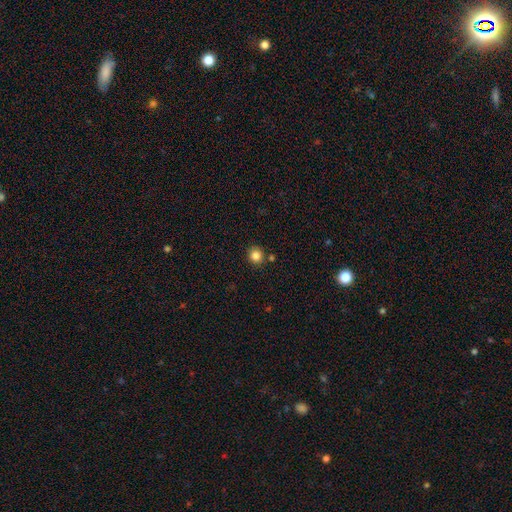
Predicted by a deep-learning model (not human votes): smooth-or-featured: smooth: 85% | star or artifact: 11% | featured or disk: 4%
  how-rounded: round: 91% | in between: 8% | cigar-shaped: 1%
  merging: none: 85% | minor disturbance: 7% | merger: 6% | major disturbance: 2%